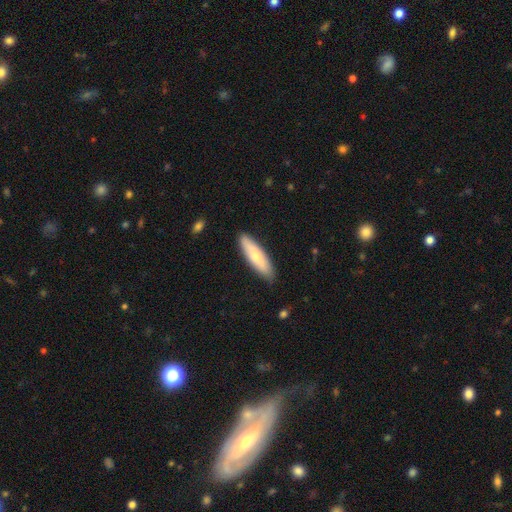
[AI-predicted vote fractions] Smooth or featured? smooth (71%)
How rounded? cigar-shaped (71%)
Merging? none (86%)